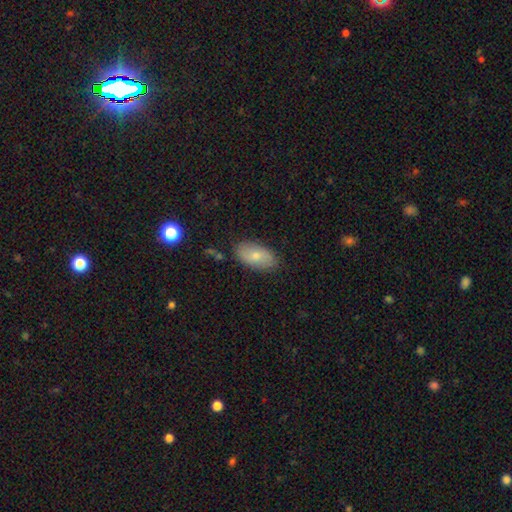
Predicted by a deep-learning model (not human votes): A smooth galaxy with no disk features (71%) that is in between round and cigar-shaped (94%).

Vote fractions:
- Smooth or featured? smooth: 71% / featured or disk: 22% / star or artifact: 7%
- How rounded? in between: 94% / round: 4% / cigar-shaped: 3%
- Merging? none: 83% / minor disturbance: 13% / major disturbance: 3% / merger: 2%